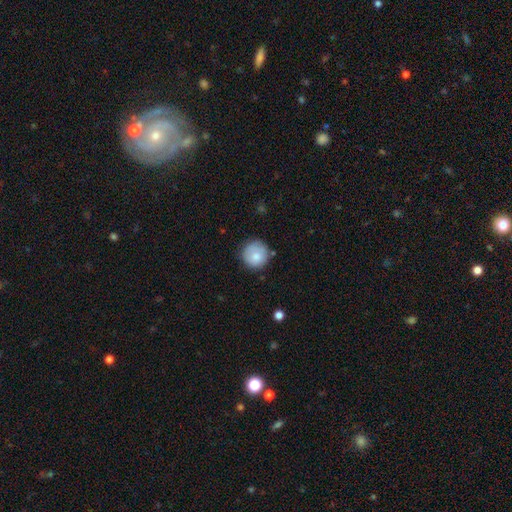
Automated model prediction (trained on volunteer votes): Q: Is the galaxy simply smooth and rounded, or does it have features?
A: smooth — 80%.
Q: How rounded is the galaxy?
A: round — 94%.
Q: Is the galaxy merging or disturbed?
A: none — 79%.